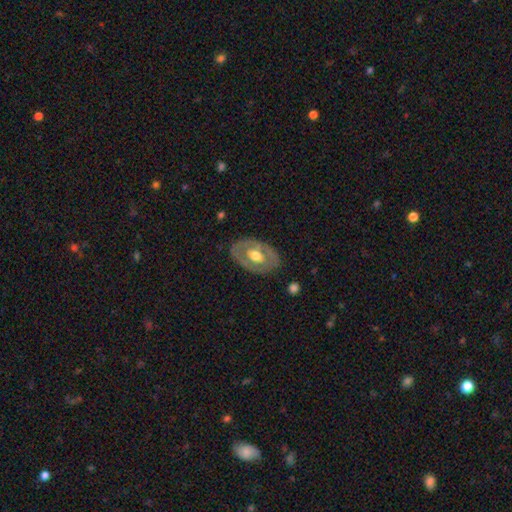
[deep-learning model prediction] featured or disk 58%, smooth 37%, star or artifact 5%. Down the decision tree: edge-on disk — no (90%); bar — no (72%); spiral arms — no (82%); bulge size — moderate (68%); merging — none (80%).